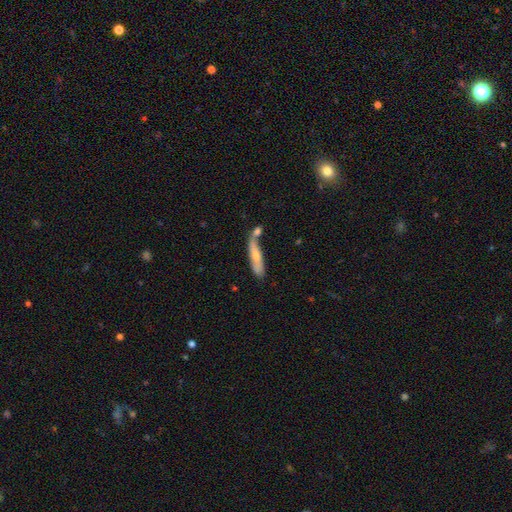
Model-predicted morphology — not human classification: A smooth galaxy with no disk features (57%) that is cigar-shaped (78%). Merging: merger (37%, tied with none).